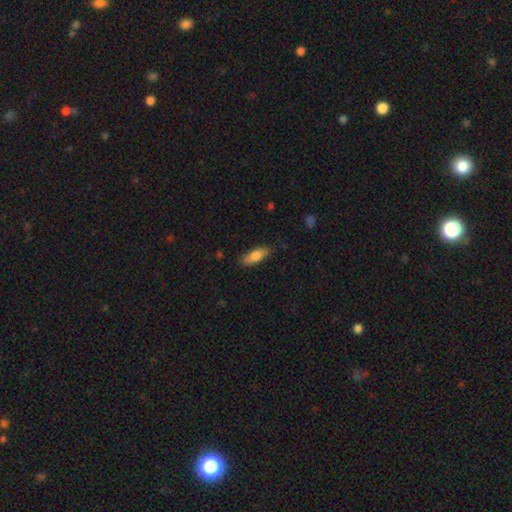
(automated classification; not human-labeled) Smooth or featured?
  - smooth: 80% *
  - featured or disk: 14%
  - star or artifact: 6%
How rounded?
  - in between: 67% *
  - cigar-shaped: 31%
  - round: 2%
Merging?
  - none: 80% *
  - minor disturbance: 15%
  - major disturbance: 3%
  - merger: 1%